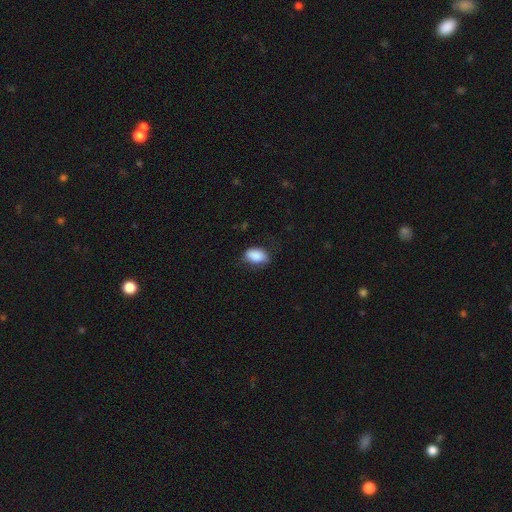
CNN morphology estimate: smooth_or_featured: smooth (p=0.88) [alt: star or artifact p=0.07]
how_rounded: in between (p=0.88) [alt: round p=0.10]
merging: none (p=0.69) [alt: minor disturbance p=0.23]